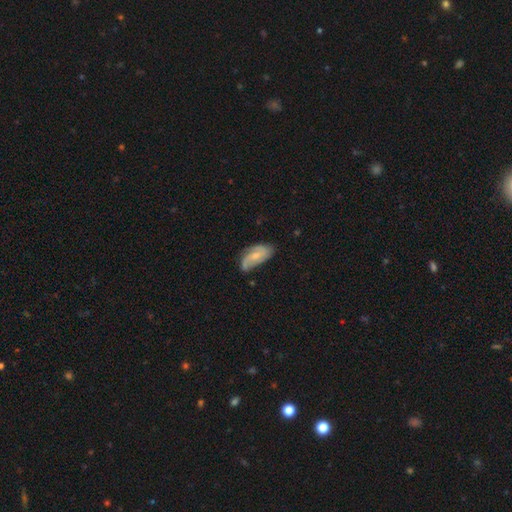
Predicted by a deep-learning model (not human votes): smooth_or_featured: featured or disk (p=0.64) [alt: smooth p=0.30]
disk_edge_on: no (p=0.95) [alt: yes p=0.05]
bar: no (p=0.58) [alt: weak p=0.35]
has_spiral_arms: yes (p=0.90) [alt: no p=0.10]
spiral_winding: medium (p=0.44) [alt: tight p=0.30]
spiral_arm_count: 2 (p=0.65) [alt: can't tell p=0.16]
bulge_size: small (p=0.50) [alt: moderate p=0.41]
merging: none (p=0.59) [alt: minor disturbance p=0.29]